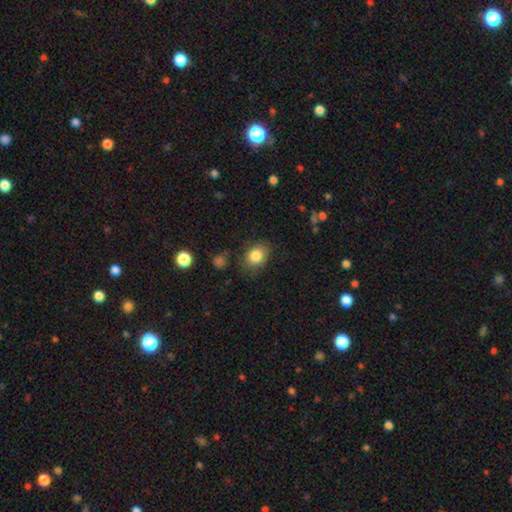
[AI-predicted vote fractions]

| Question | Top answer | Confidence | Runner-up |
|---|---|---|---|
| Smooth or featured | smooth | 83% | star or artifact (9%) |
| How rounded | in between | 59% | round (40%) |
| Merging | none | 79% | minor disturbance (15%) |